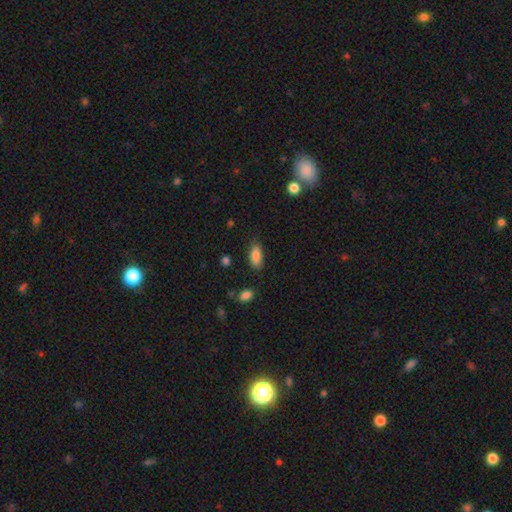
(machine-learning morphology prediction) smooth-or-featured: smooth: 87% | star or artifact: 8% | featured or disk: 5%
  how-rounded: in between: 82% | cigar-shaped: 15% | round: 2%
  merging: none: 81% | minor disturbance: 14% | major disturbance: 3% | merger: 2%